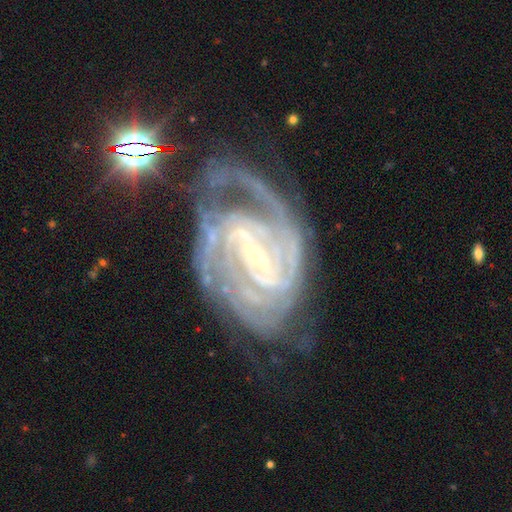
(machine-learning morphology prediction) This appears to be a featured or disk galaxy (90%) with a strong bar (48%), 2 (26%) tight (66%) spiral arms (98%) and a small central bulge (76%). Merging: none (56%).